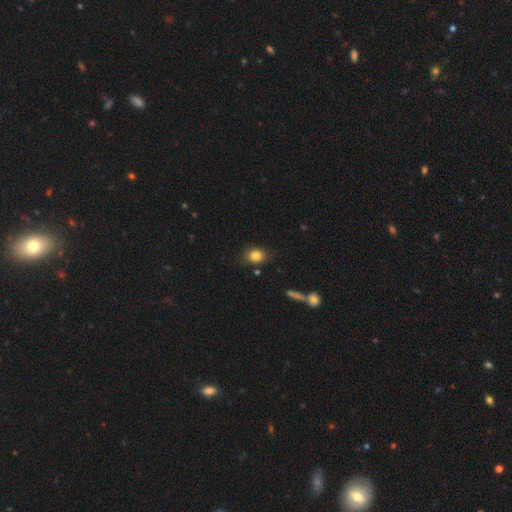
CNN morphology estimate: This is clearly a smooth galaxy (84%). How rounded: possibly round (53%). Merging: likely none (79%).